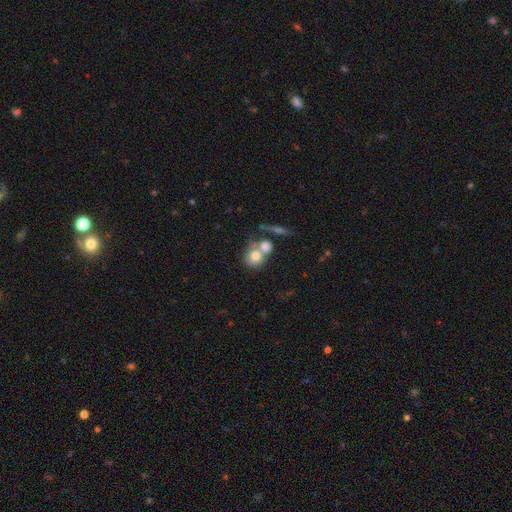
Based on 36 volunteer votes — Morphology: type=smooth (86%); roundness=round (84%); merging=merger (62%).